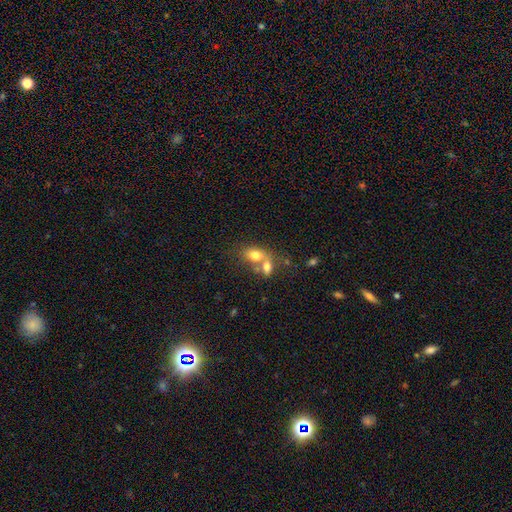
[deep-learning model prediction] smooth_or_featured: smooth (p=0.74) [alt: featured or disk p=0.16]
how_rounded: in between (p=0.79) [alt: round p=0.19]
merging: merger (p=0.60) [alt: none p=0.27]